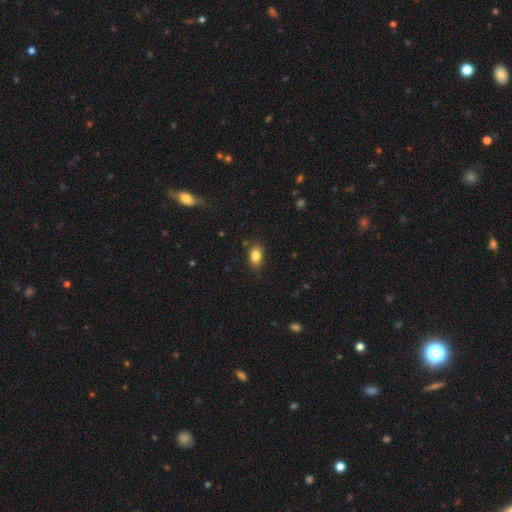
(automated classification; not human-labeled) This is clearly a smooth galaxy (83%). How rounded: clearly in between (81%). Merging: clearly none (82%).